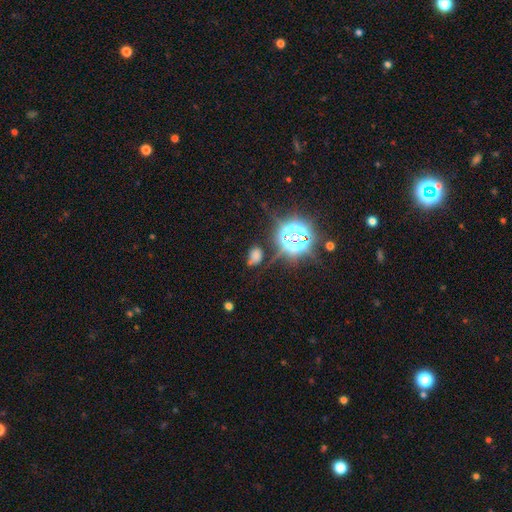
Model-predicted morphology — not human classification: smooth-or-featured: smooth: 50% | star or artifact: 39% | featured or disk: 11%
  merging: none: 65% | minor disturbance: 19% | major disturbance: 9% | merger: 7%